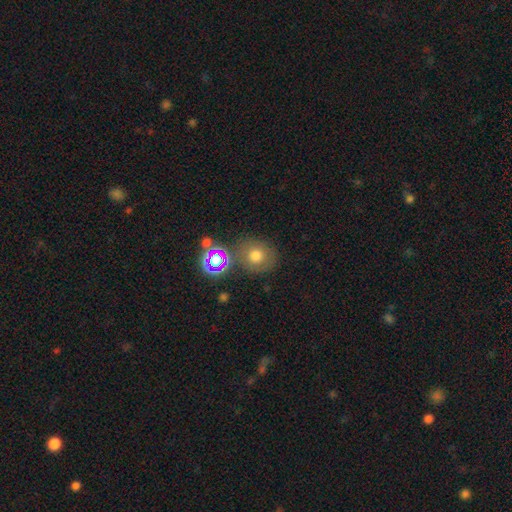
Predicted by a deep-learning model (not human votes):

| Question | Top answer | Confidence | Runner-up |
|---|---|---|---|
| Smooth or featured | smooth | 69% | star or artifact (19%) |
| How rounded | round | 85% | in between (14%) |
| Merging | none | 72% | minor disturbance (12%) |